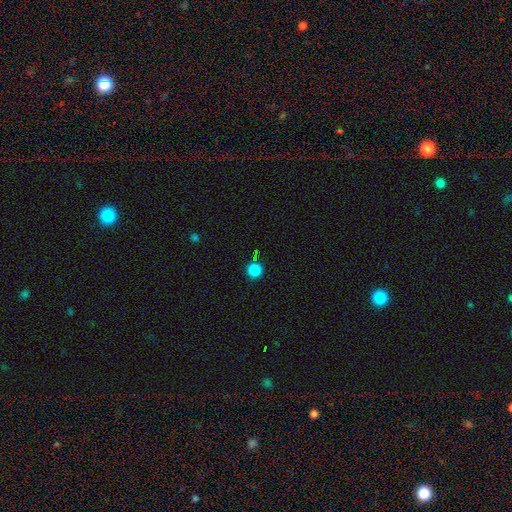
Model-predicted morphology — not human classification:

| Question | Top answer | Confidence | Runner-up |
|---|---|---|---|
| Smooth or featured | smooth | 81% | star or artifact (15%) |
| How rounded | round | 95% | in between (4%) |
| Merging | none | 91% | minor disturbance (5%) |